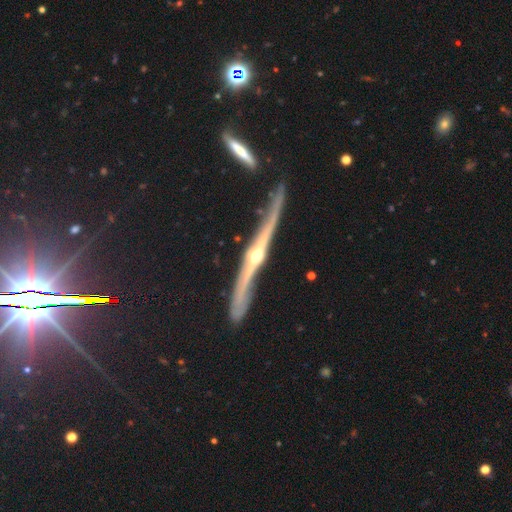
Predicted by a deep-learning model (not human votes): smooth-or-featured: featured or disk: 84% | star or artifact: 8% | smooth: 8%
  disk-edge-on: yes: 92% | no: 8%
    edge-on-bulge: rounded: 90% | none: 7% | boxy: 4%
  merging: none: 71% | minor disturbance: 19% | major disturbance: 6% | merger: 4%